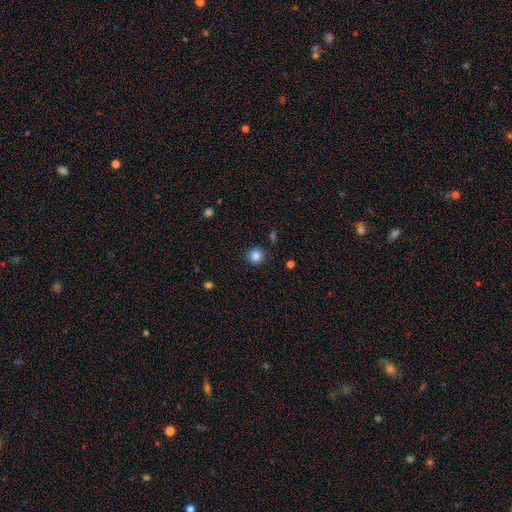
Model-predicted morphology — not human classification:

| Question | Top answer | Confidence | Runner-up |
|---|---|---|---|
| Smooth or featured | smooth | 84% | star or artifact (11%) |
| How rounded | round | 92% | in between (7%) |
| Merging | none | 87% | minor disturbance (8%) |